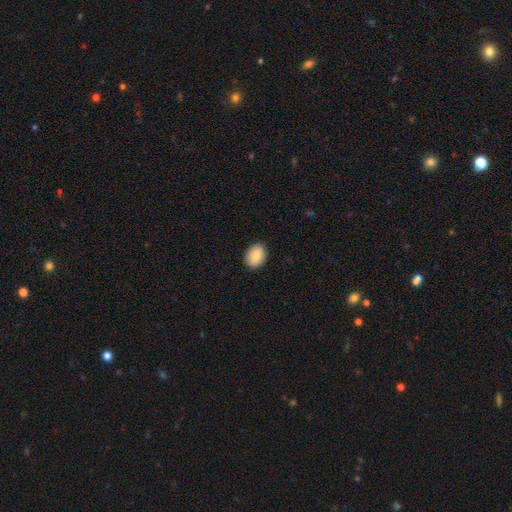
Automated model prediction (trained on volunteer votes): Overall: smooth (86%). How rounded: in between (71%). Merging: none (88%).